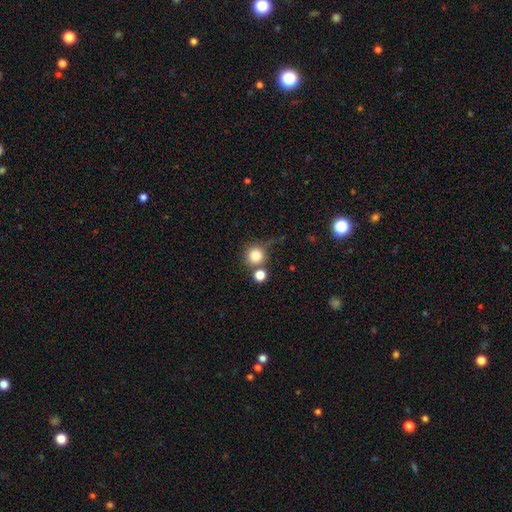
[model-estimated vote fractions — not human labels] Smooth or featured? smooth (83%)
How rounded? round (92%)
Merging? none (64%)